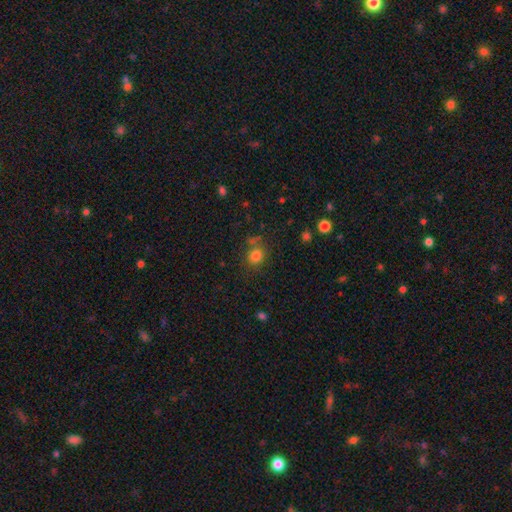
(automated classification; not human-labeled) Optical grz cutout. It shows a smooth galaxy with no disk features (80%) that is round (83%). Merging: none (73%).